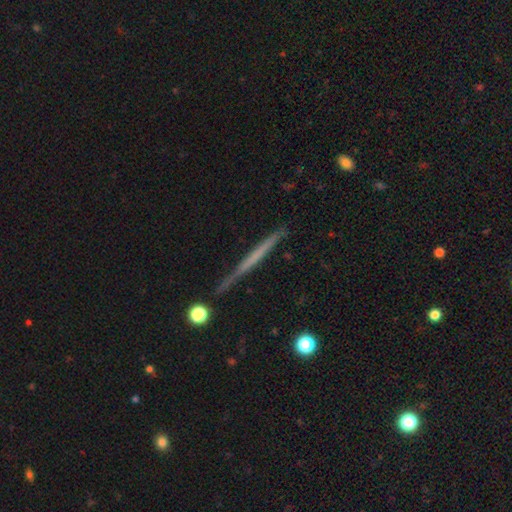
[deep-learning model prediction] Morphology: type=featured or disk (55%); edge-on=yes (97%); edge-on bulge=none (91%); merging=none (87%).